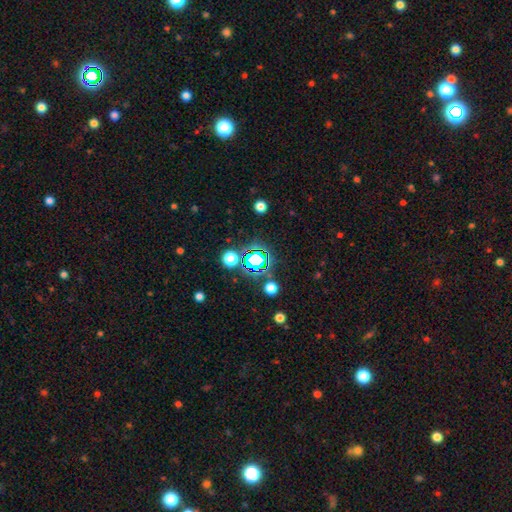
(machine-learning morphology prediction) Smooth or featured: star or artifact — 72% (smooth — 19%)